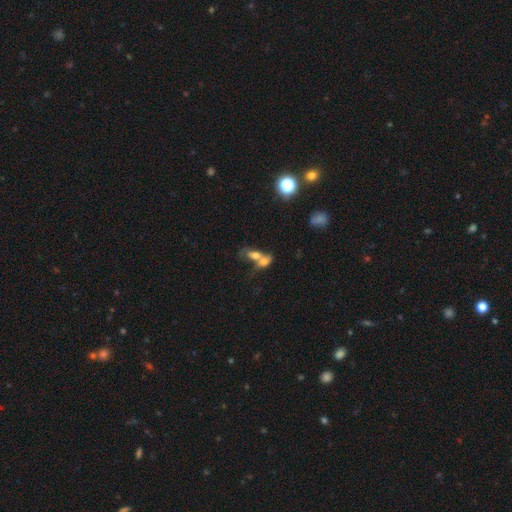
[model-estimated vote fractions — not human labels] A smooth galaxy with no disk features (61%) that is in between round and cigar-shaped (73%).

Vote fractions:
- Smooth or featured? smooth: 61% / featured or disk: 26% / star or artifact: 13%
- How rounded? in between: 73% / round: 19% / cigar-shaped: 8%
- Merging? merger: 75% / none: 13% / major disturbance: 6% / minor disturbance: 6%